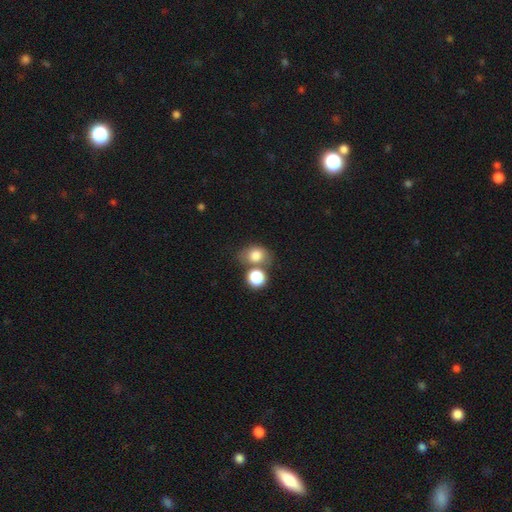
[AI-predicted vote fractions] smooth 78%, star or artifact 11%, featured or disk 11%. Down the decision tree: how rounded — round (50%); merging — none (49%).